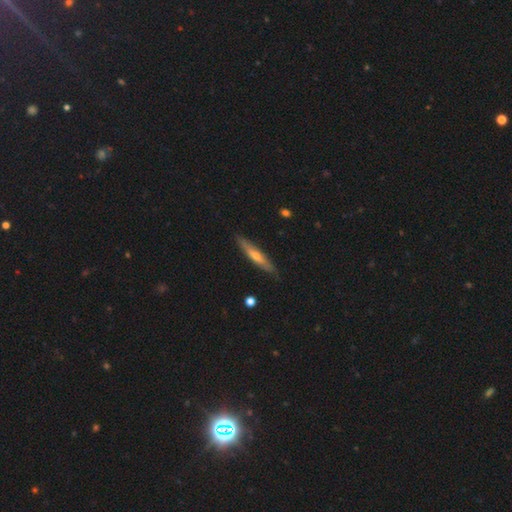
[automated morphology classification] Overall: featured or disk (51%; smooth 43%). Edge-on disk: yes (90%). Merging: none (86%).